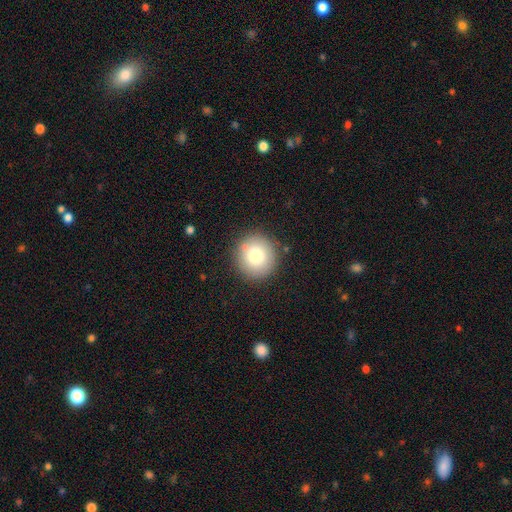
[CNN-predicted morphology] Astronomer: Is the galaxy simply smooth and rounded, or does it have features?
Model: smooth — 77%.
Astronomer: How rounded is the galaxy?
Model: round — 94%.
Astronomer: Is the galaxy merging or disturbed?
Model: none — 86%.